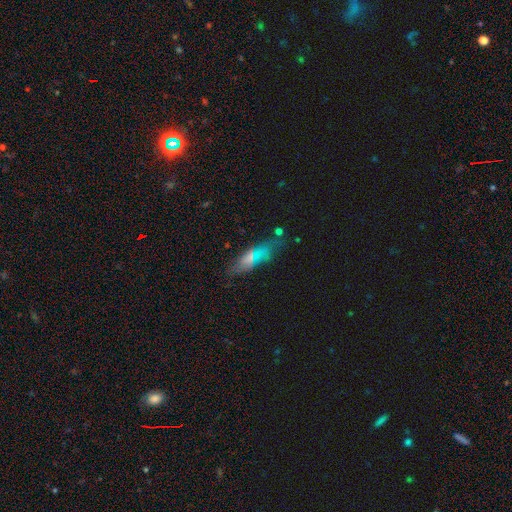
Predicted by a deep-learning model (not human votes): smooth-or-featured: smooth: 56% | featured or disk: 29% | star or artifact: 14%
  how-rounded: in between: 55% | cigar-shaped: 42% | round: 4%
  merging: none: 67% | minor disturbance: 20% | major disturbance: 8% | merger: 5%